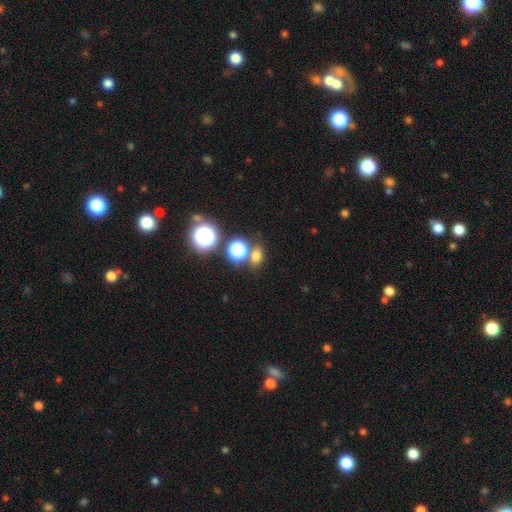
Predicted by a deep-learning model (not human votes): smooth-or-featured: smooth: 69% | star or artifact: 24% | featured or disk: 7%
  how-rounded: in between: 51% | round: 47% | cigar-shaped: 2%
  merging: none: 71% | merger: 15% | minor disturbance: 10% | major disturbance: 4%